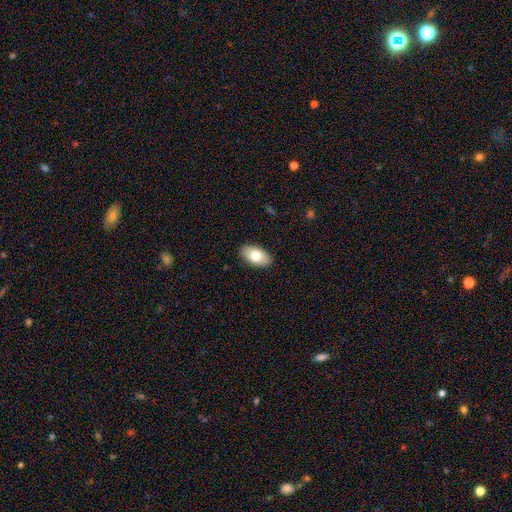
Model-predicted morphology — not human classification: Smooth or featured? smooth (76%)
How rounded? in between (95%)
Merging? none (89%)